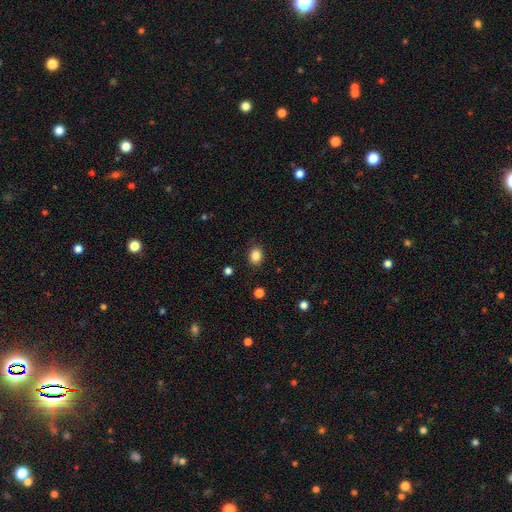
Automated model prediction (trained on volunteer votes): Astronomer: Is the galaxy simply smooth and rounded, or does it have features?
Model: smooth — 85%.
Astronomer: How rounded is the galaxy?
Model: round — 54% (runner-up: in between, 45%).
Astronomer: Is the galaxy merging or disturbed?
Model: none — 86%.